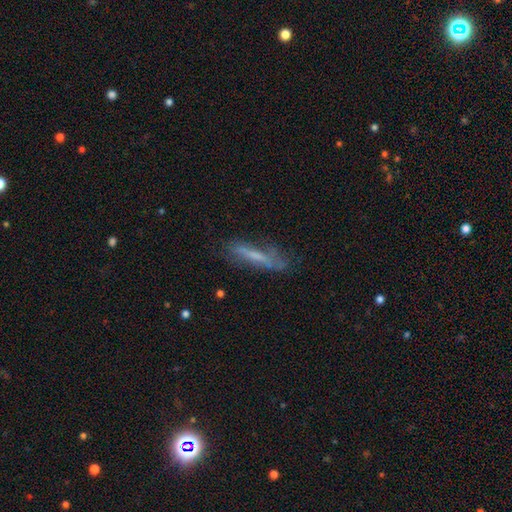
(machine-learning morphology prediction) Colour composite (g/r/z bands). It shows a featured or disk galaxy (47%). Merging: none (65%).